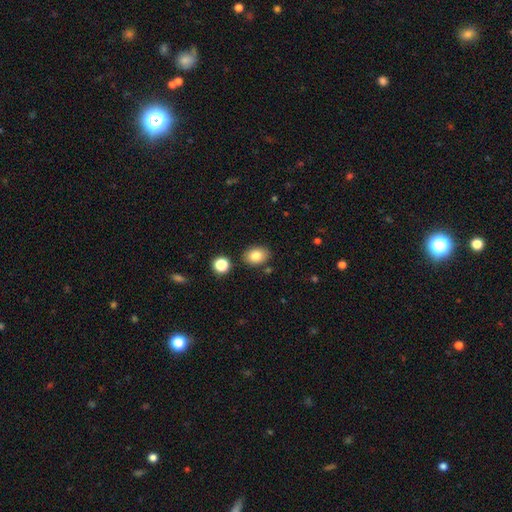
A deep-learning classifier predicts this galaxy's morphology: Smooth or featured? Predicted: smooth (p=0.83). How rounded? Predicted: in between (p=0.70). Merging? Predicted: none (p=0.83).